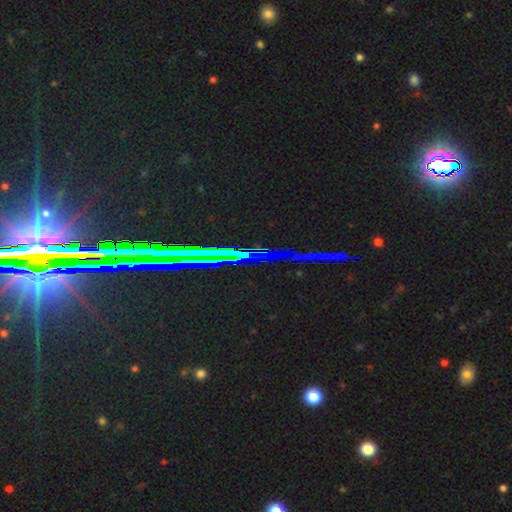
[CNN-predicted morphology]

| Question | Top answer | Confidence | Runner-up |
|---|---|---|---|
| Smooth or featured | star or artifact | 82% | featured or disk (9%) |